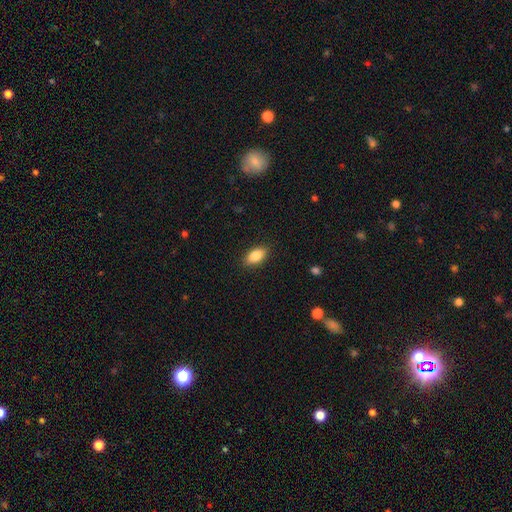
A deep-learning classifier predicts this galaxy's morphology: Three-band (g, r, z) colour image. It shows a smooth galaxy with no disk features (85%) that is in between round and cigar-shaped (89%). Merging: none (89%).